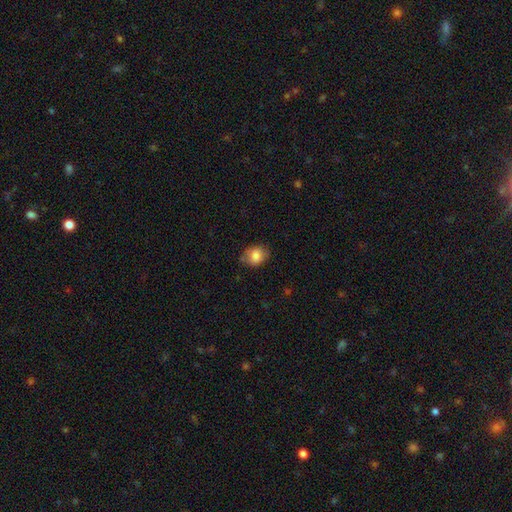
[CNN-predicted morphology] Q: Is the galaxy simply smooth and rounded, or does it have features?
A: smooth — 83%.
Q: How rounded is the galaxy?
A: in between — 50%.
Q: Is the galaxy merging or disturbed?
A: none — 77%.